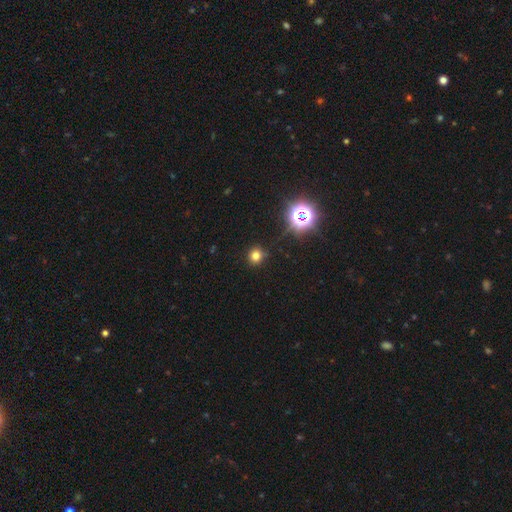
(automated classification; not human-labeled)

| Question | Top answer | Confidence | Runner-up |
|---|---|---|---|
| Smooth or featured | smooth | 72% | star or artifact (22%) |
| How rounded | round | 92% | in between (7%) |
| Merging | none | 88% | minor disturbance (8%) |